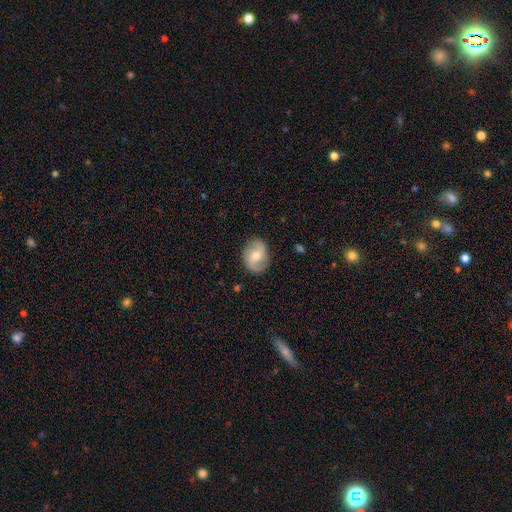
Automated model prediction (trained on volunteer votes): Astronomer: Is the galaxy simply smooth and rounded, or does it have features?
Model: featured or disk — 66%.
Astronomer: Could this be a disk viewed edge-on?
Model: no — 97%.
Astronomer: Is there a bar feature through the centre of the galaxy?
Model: no — 53% (runner-up: weak, 38%).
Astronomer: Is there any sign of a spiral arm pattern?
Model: yes — 90%.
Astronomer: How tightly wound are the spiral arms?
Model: loose — 44% (runner-up: medium, 39%).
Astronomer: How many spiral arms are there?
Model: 2 — 86%.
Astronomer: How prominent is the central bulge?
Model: moderate — 65%.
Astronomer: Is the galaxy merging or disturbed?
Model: none — 82%.